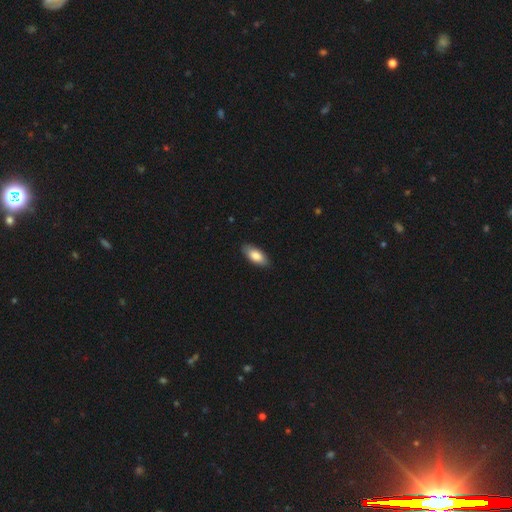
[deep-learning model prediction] This is clearly a smooth galaxy (83%). How rounded: clearly in between (89%). Merging: clearly none (87%).